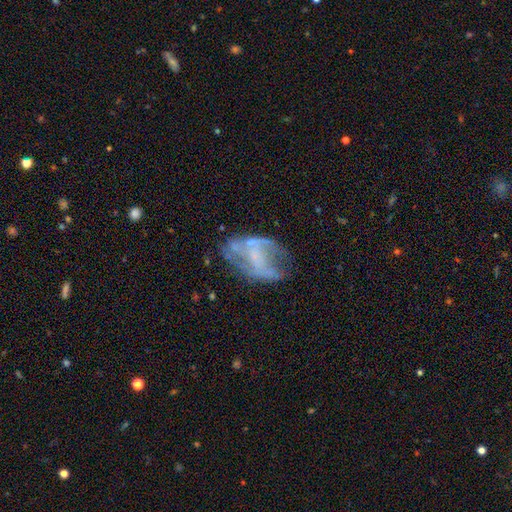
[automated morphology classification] This is likely a featured or disk galaxy (71%). It is clearly not viewed edge-on (97%). Bar: possibly no (59%). Spiral arm pattern: possibly yes (53%). Central bulge: possibly none (49%). Merging: marginally none (43%).